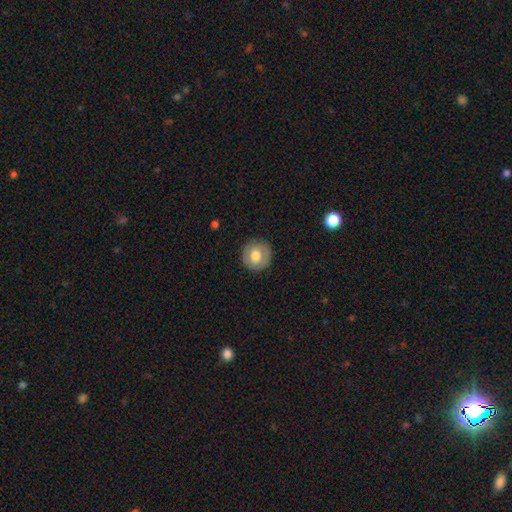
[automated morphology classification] This appears to be a smooth galaxy with no disk features (66%) that is round (90%). Merging: none (88%).